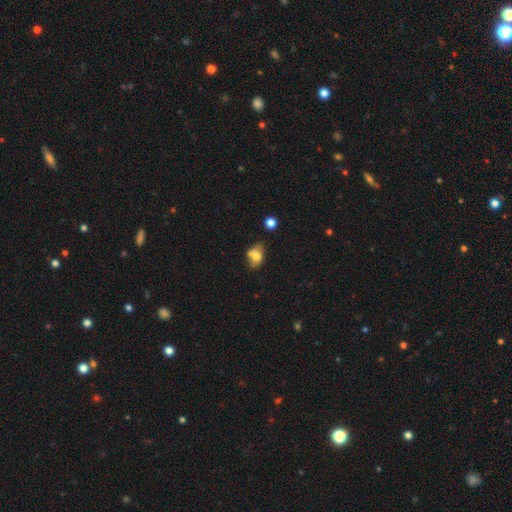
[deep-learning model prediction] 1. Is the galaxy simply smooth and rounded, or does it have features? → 71% smooth, 19% featured or disk, 10% star or artifact.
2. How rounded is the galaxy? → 78% in between, 21% round, 2% cigar-shaped.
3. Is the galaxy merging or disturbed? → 48% none, 23% minor disturbance, 22% merger, 7% major disturbance.